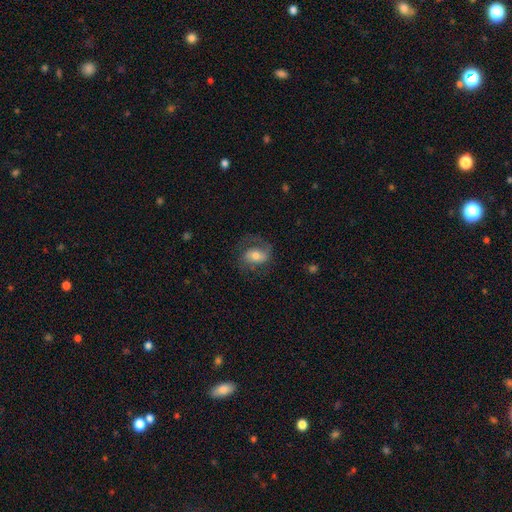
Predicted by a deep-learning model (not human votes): This appears to be a featured or disk galaxy (57%) with no bar (43%), spiral arms (85%) and a moderate central bulge (61%). Merging: none (61%).